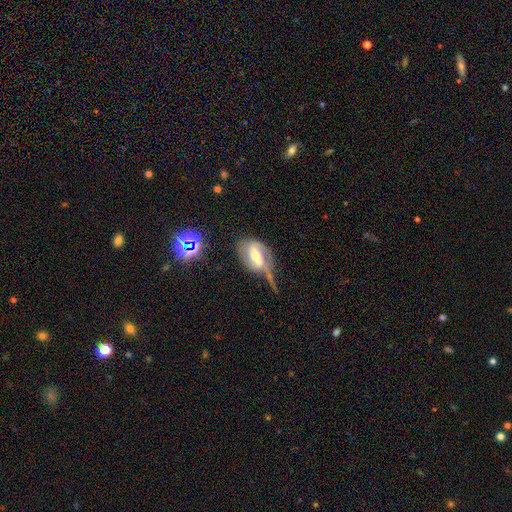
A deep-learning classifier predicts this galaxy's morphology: Q: Smooth or featured?
A: featured or disk (67%); runner-up: smooth (23%)
Q: Edge-on disk?
A: no (93%); runner-up: yes (7%)
Q: Bar?
A: strong (46%); runner-up: weak (37%)
Q: Spiral arms?
A: yes (80%); runner-up: no (20%)
Q: Spiral winding?
A: medium (40%); runner-up: loose (36%)
Q: Spiral arm count?
A: 2 (71%); runner-up: 1 (15%)
Q: Bulge size?
A: moderate (53%); runner-up: small (36%)
Q: Merging?
A: none (35%); runner-up: major disturbance (28%)